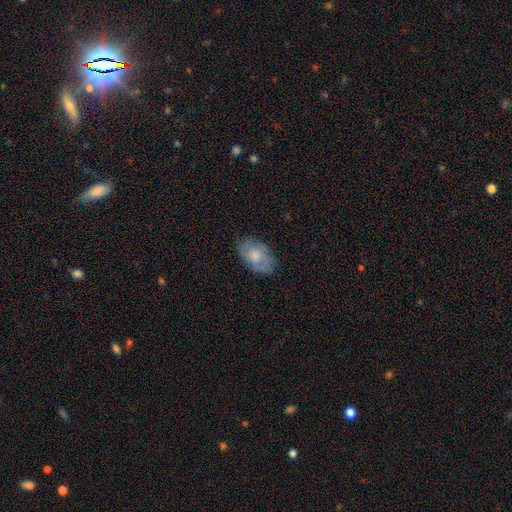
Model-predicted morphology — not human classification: Smooth or featured? Predicted: smooth (p=0.67). How rounded? Predicted: in between (p=0.92). Merging? Predicted: none (p=0.74).